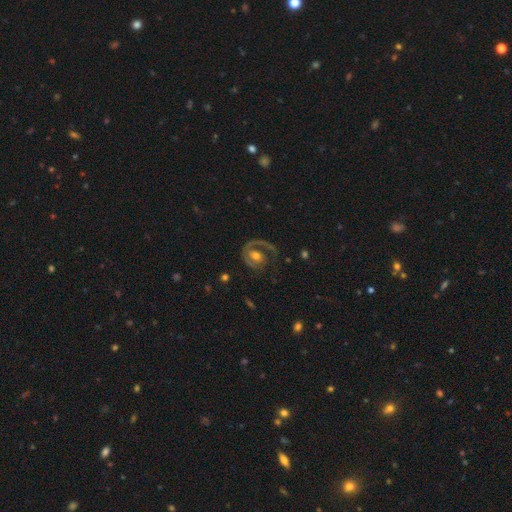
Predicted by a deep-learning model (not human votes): Overall: featured or disk (82%). Edge-on disk: no (97%). Bar: no (59%; weak 32%). Spiral arms: yes (90%). Spiral arm count: 1 (68%). Spiral winding: tight (46%; medium 38%). Bulge size: moderate (66%). Merging: none (61%; major disturbance 22%).